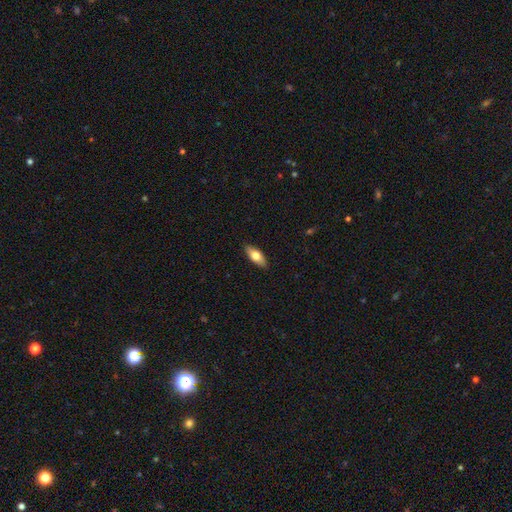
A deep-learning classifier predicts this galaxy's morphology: This is likely a smooth galaxy (72%). How rounded: clearly in between (81%). Merging: clearly none (88%).